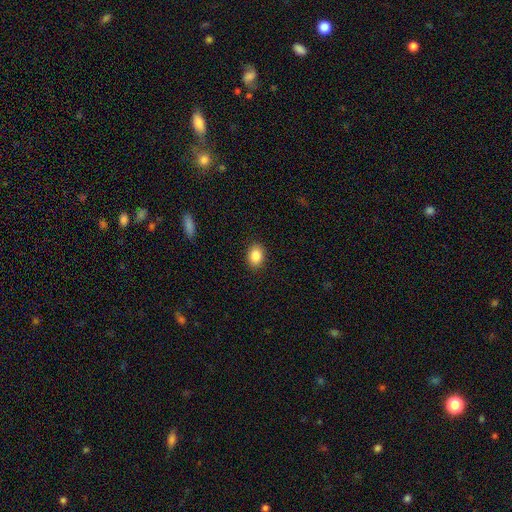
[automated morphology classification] This is clearly a smooth galaxy (86%). How rounded: likely in between (71%). Merging: clearly none (89%).